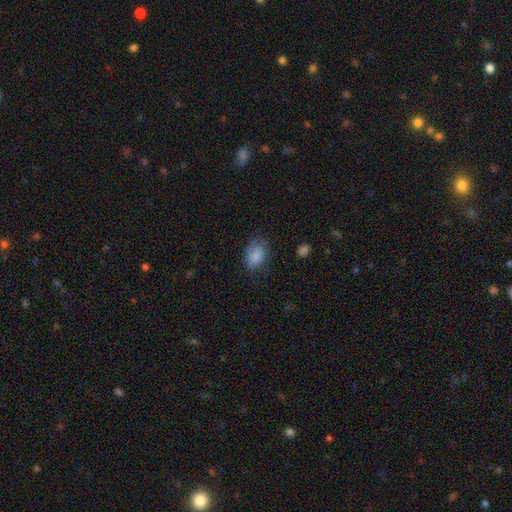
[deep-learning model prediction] Smooth or featured? Predicted: smooth (p=0.81). How rounded? Predicted: in between (p=0.83). Merging? Predicted: none (p=0.64).